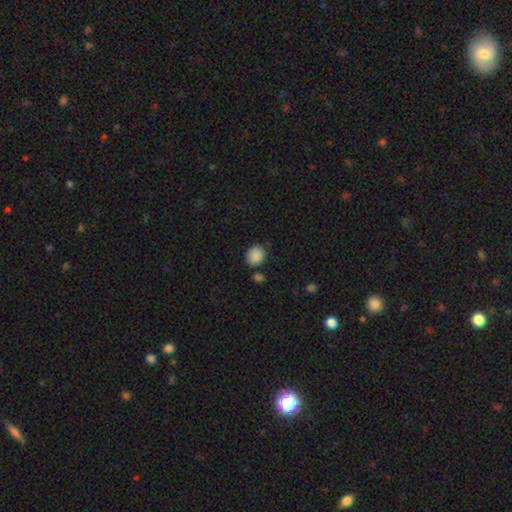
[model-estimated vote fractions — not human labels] A smooth galaxy with no disk features (88%) that is round (63%). Merging: none (74%).